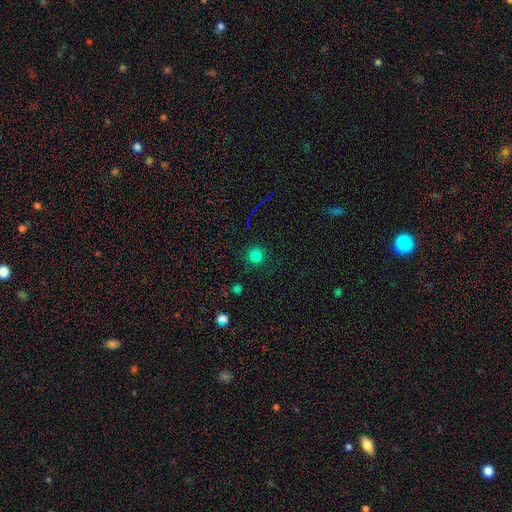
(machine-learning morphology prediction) A smooth galaxy with no disk features (78%) that is round (94%). Merging: none (87%).